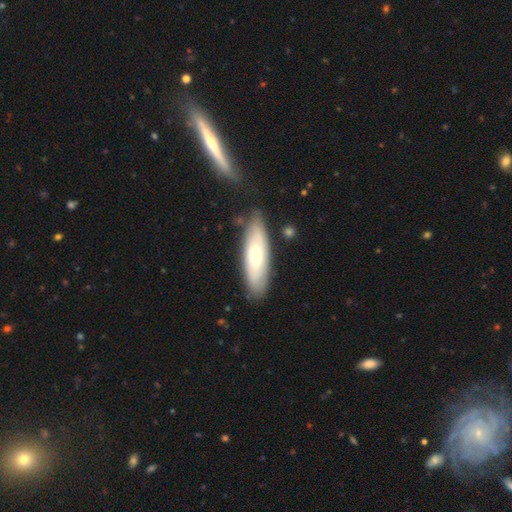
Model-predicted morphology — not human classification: Smooth or featured?
  - smooth: 51% *
  - featured or disk: 44%
  - star or artifact: 5%
How rounded?
  - in between: 54% *
  - cigar-shaped: 44%
  - round: 2%
Merging?
  - none: 81% *
  - minor disturbance: 14%
  - major disturbance: 3%
  - merger: 2%